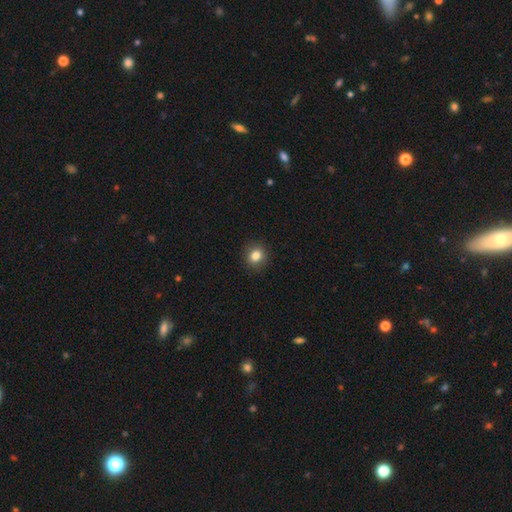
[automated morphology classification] Smooth or featured: smooth — 83% (star or artifact — 11%)
How rounded: round — 83% (in between — 16%)
Merging: none — 90% (minor disturbance — 7%)